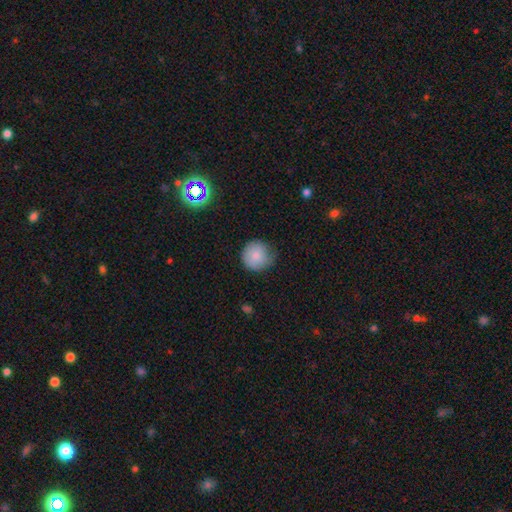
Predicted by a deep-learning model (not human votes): A smooth galaxy with no disk features (84%) that is round (93%). Merging: none (68%).